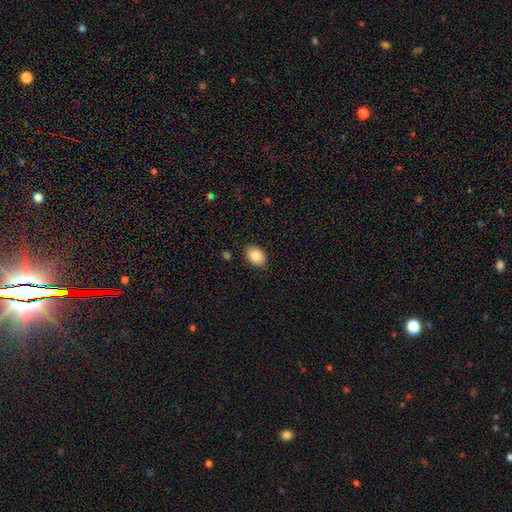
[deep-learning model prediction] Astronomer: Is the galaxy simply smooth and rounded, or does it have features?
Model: smooth — 87%.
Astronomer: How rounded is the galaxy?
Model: in between — 82%.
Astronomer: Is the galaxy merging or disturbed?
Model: none — 86%.